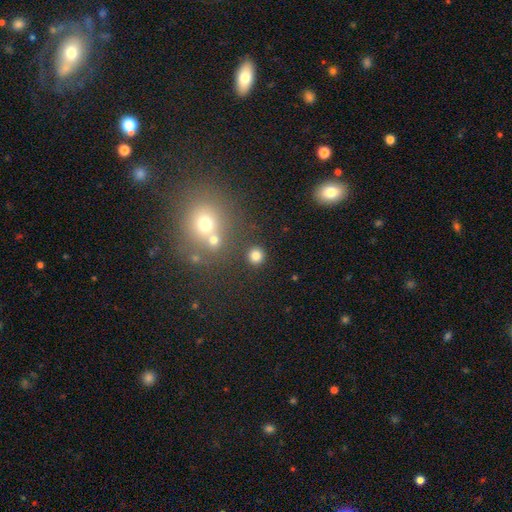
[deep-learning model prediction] This is clearly a smooth galaxy (80%). How rounded: clearly round (92%). Merging: clearly none (86%).